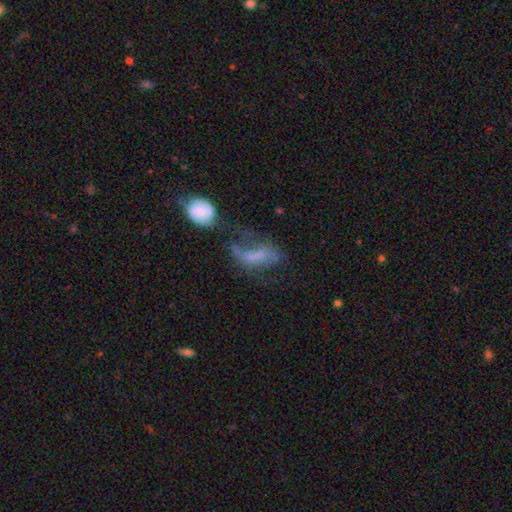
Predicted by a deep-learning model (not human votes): This appears to be a featured or disk galaxy (46%). Merging: major disturbance (37%).